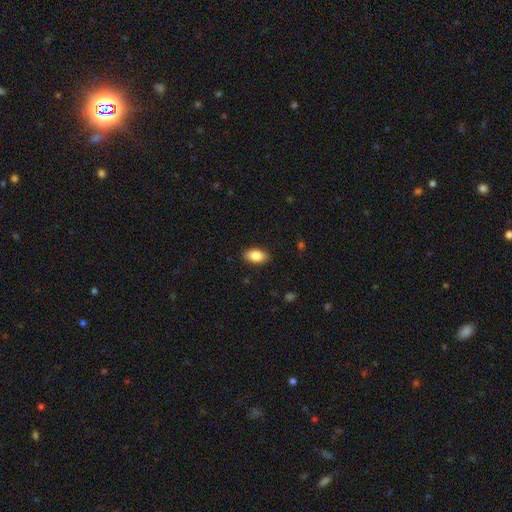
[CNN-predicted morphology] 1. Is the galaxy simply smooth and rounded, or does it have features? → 86% smooth, 7% featured or disk, 7% star or artifact.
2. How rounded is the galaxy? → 92% in between, 5% round, 3% cigar-shaped.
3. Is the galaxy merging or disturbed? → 89% none, 8% minor disturbance, 2% major disturbance, 1% merger.